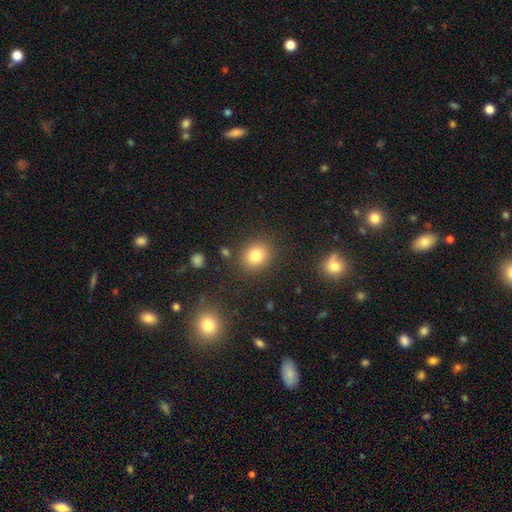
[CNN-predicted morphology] Smooth or featured? smooth (79%)
How rounded? round (70%)
Merging? none (85%)